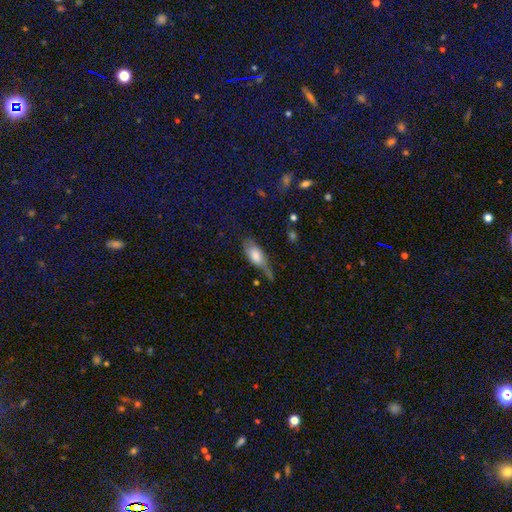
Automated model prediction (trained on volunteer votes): smooth-or-featured: smooth: 72% | featured or disk: 20% | star or artifact: 8%
  how-rounded: in between: 82% | cigar-shaped: 14% | round: 3%
  merging: minor disturbance: 35% (tied) | none: 35% (tied) | major disturbance: 22% | merger: 8%